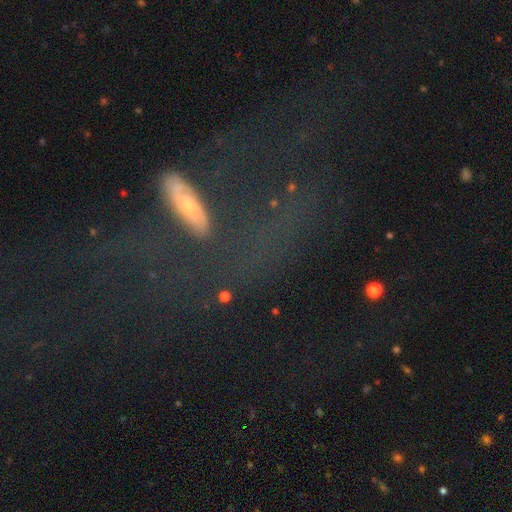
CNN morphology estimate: Smooth or featured? Predicted: featured or disk (p=0.39). Merging? Predicted: major disturbance (p=0.37).